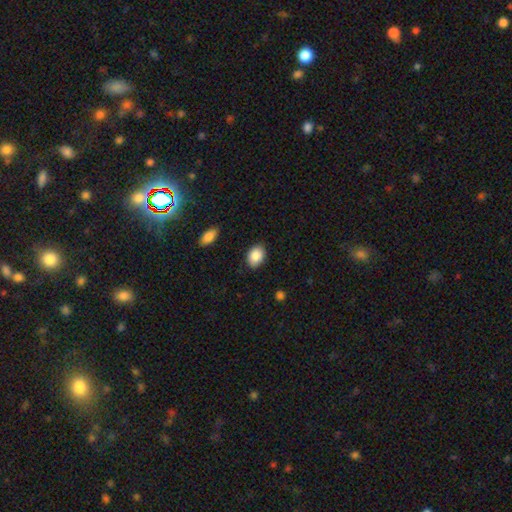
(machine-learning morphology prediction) Smooth or featured: smooth — 86% (star or artifact — 7%)
How rounded: in between — 81% (round — 18%)
Merging: none — 87% (minor disturbance — 10%)